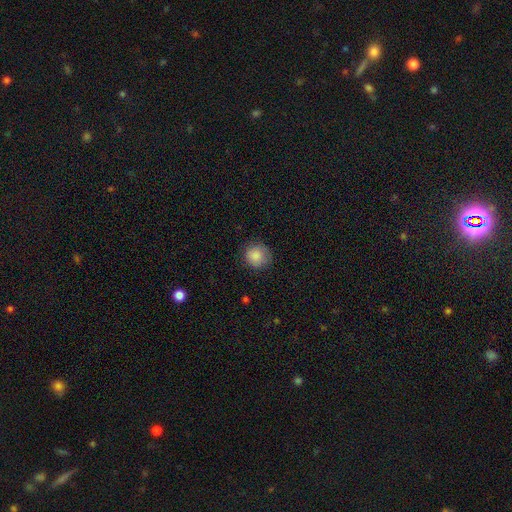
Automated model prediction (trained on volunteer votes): Morphology: type=smooth (87%); roundness=round (91%); merging=none (81%).